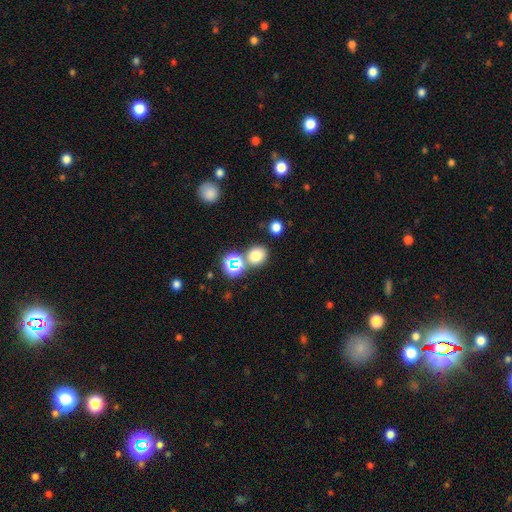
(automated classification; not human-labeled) Q: Smooth or featured?
A: smooth (72%); runner-up: star or artifact (20%)
Q: How rounded?
A: round (71%); runner-up: in between (28%)
Q: Merging?
A: none (71%); runner-up: merger (16%)